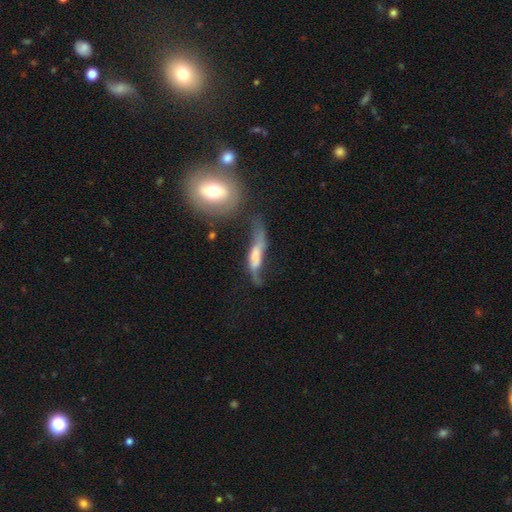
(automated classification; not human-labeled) This is possibly a featured or disk galaxy (49%). Merging: marginally major disturbance (37%).